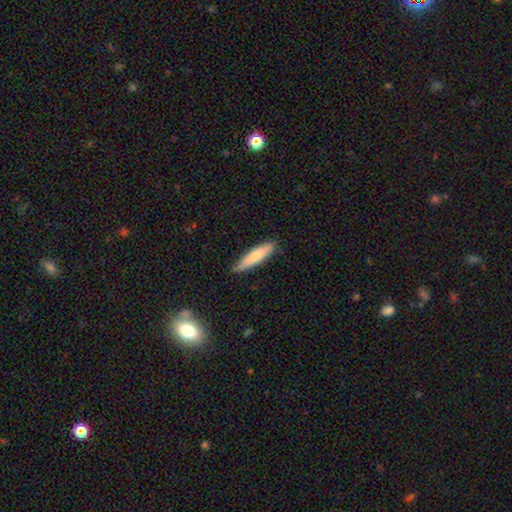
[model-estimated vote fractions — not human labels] Q: Smooth or featured?
A: smooth (77%); runner-up: featured or disk (18%)
Q: How rounded?
A: cigar-shaped (80%); runner-up: in between (18%)
Q: Merging?
A: none (84%); runner-up: minor disturbance (13%)